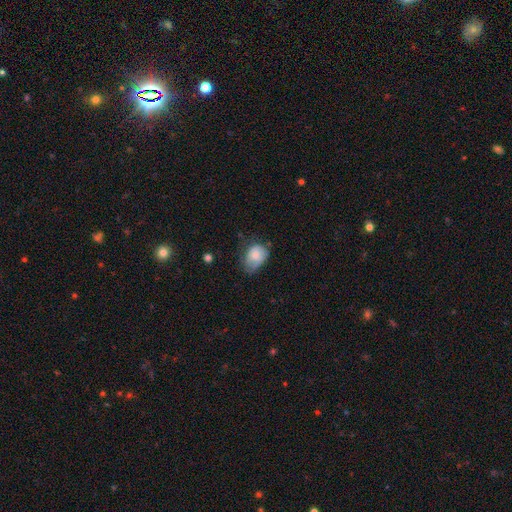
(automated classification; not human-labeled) smooth 74%, featured or disk 18%, star or artifact 8%. Down the decision tree: how rounded — in between (69%); merging — minor disturbance (41%).